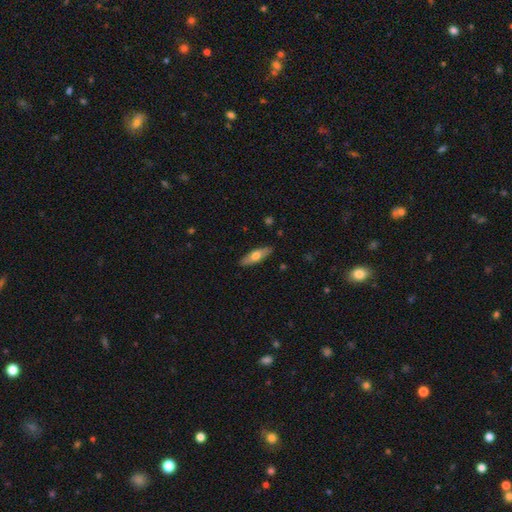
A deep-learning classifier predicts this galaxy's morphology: Smooth or featured? smooth (60%)
How rounded? in between (53%)
Merging? none (87%)